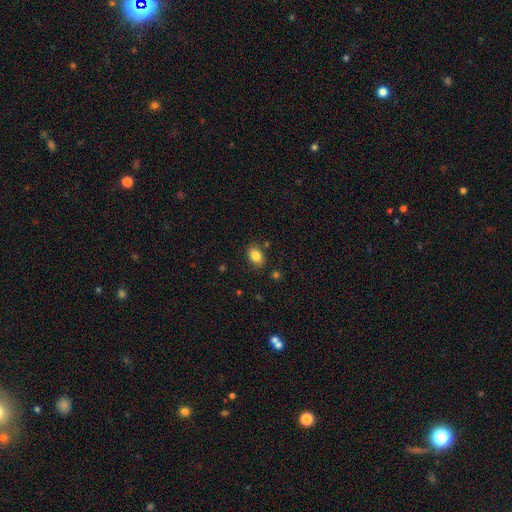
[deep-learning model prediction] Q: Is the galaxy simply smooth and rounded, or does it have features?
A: smooth — 84%.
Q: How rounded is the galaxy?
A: in between — 78%.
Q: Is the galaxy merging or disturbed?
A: none — 83%.